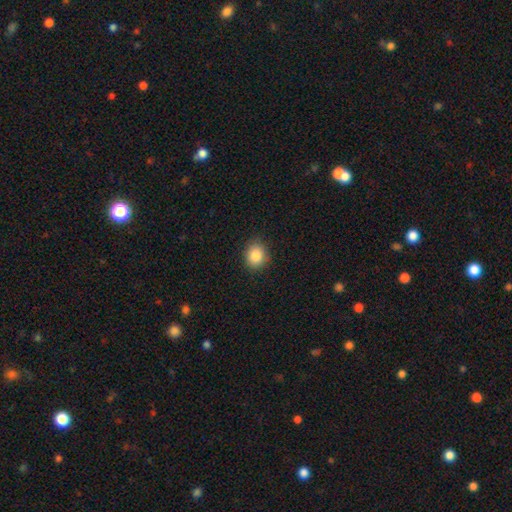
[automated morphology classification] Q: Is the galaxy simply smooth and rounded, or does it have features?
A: smooth — 86%.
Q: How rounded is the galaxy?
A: round — 63%.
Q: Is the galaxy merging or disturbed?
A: none — 86%.